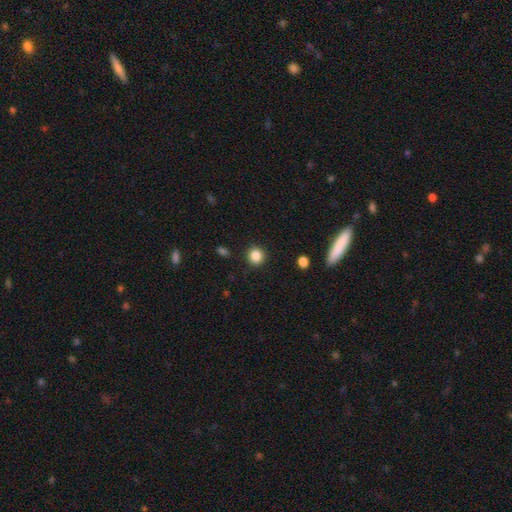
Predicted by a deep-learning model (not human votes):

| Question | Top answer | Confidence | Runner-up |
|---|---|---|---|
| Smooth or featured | smooth | 85% | star or artifact (11%) |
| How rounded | round | 90% | in between (9%) |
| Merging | none | 91% | minor disturbance (6%) |